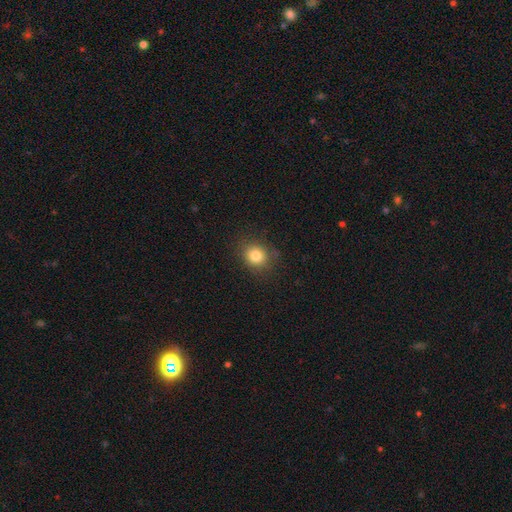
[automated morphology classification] This is clearly a smooth galaxy (82%). How rounded: likely round (74%). Merging: clearly none (83%).